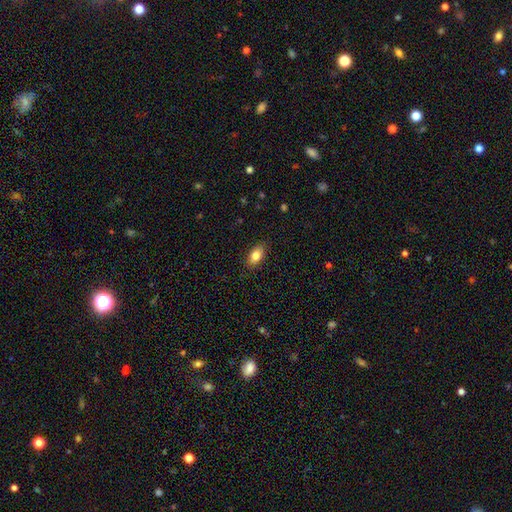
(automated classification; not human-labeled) Smooth or featured? smooth (82%)
How rounded? in between (88%)
Merging? none (86%)